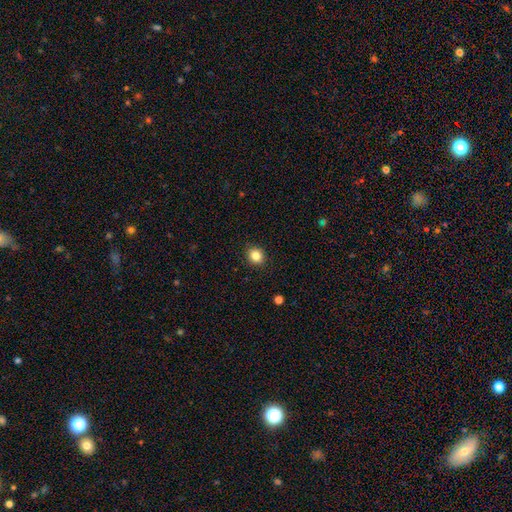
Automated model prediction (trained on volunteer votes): Morphology: type=smooth (84%); roundness=round (76%); merging=none (91%).